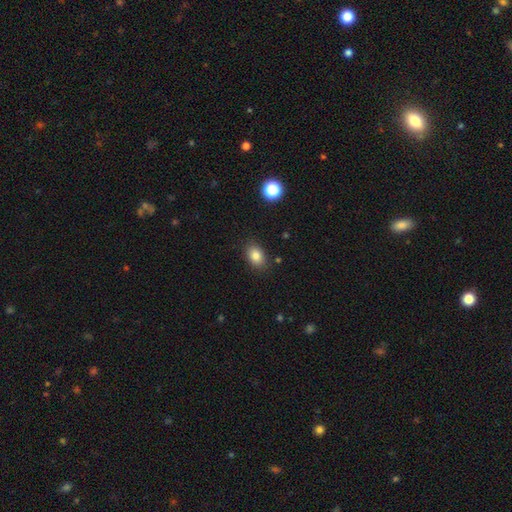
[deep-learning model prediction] Overall: smooth (83%). How rounded: in between (78%). Merging: none (85%).